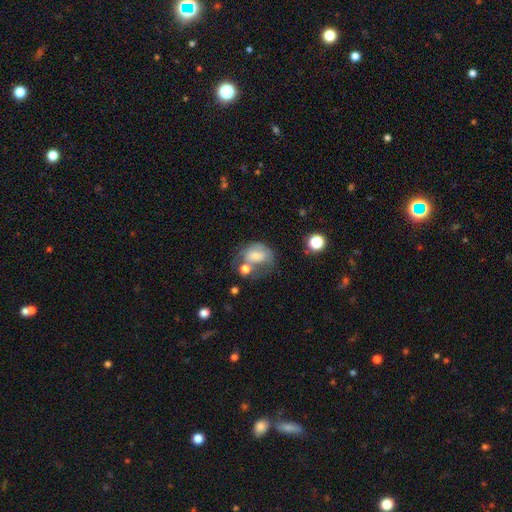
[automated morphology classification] smooth_or_featured: smooth (p=0.64) [alt: featured or disk p=0.26]
how_rounded: in between (p=0.66) [alt: round p=0.33]
merging: merger (p=0.29) [alt: none p=0.27]